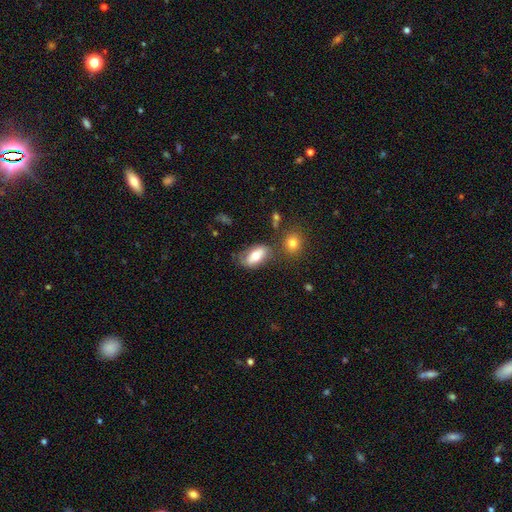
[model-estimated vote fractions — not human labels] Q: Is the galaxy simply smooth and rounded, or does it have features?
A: smooth — 66%.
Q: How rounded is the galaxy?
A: in between — 90%.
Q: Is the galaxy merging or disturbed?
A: none — 62%.